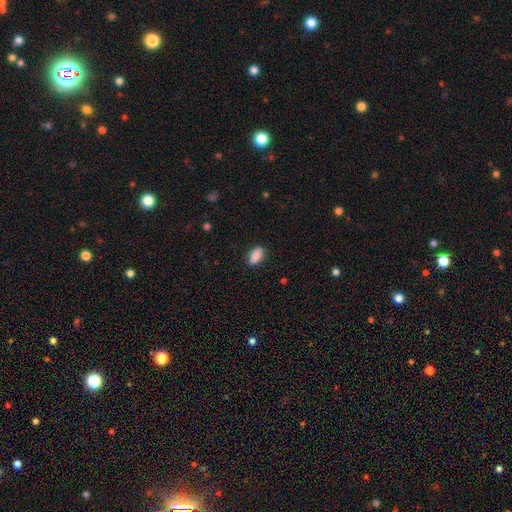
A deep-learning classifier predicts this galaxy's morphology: smooth_or_featured: smooth (p=0.89) [alt: star or artifact p=0.07]
how_rounded: in between (p=0.88) [alt: cigar-shaped p=0.09]
merging: none (p=0.87) [alt: minor disturbance p=0.10]